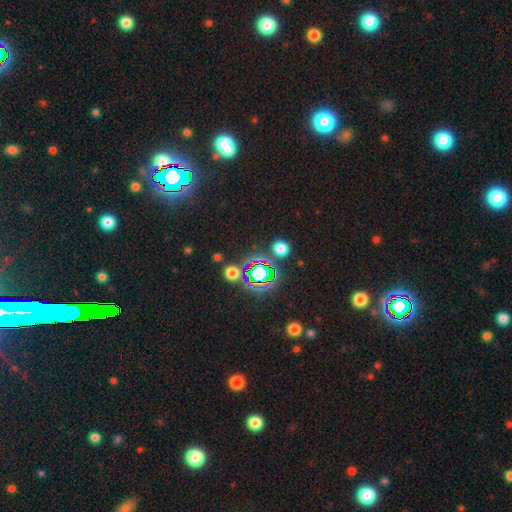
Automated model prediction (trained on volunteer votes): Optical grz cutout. It shows a star or artifact, not a galaxy (80%).